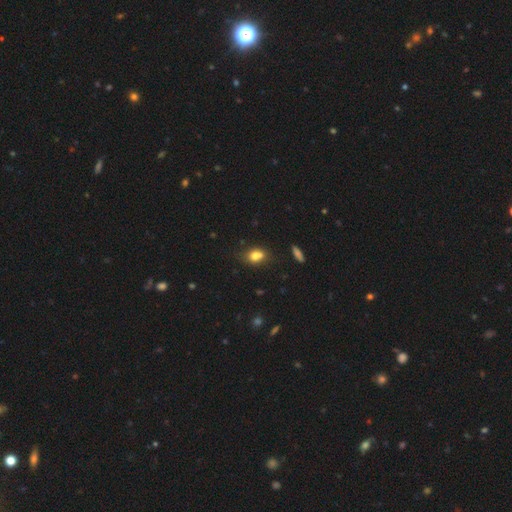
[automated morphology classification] A smooth galaxy with no disk features (78%) that is in between round and cigar-shaped (68%).

Vote fractions:
- Smooth or featured? smooth: 78% / featured or disk: 11% / star or artifact: 11%
- How rounded? in between: 68% / round: 29% / cigar-shaped: 2%
- Merging? none: 53% / minor disturbance: 21% / merger: 20% / major disturbance: 6%